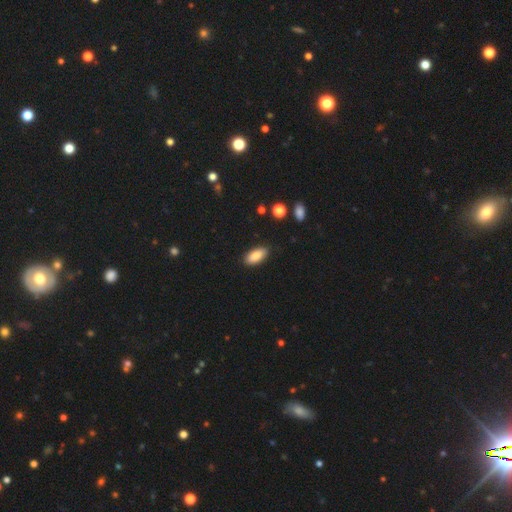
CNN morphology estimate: Smooth or featured? Predicted: smooth (p=0.85). How rounded? Predicted: in between (p=0.89). Merging? Predicted: none (p=0.88).